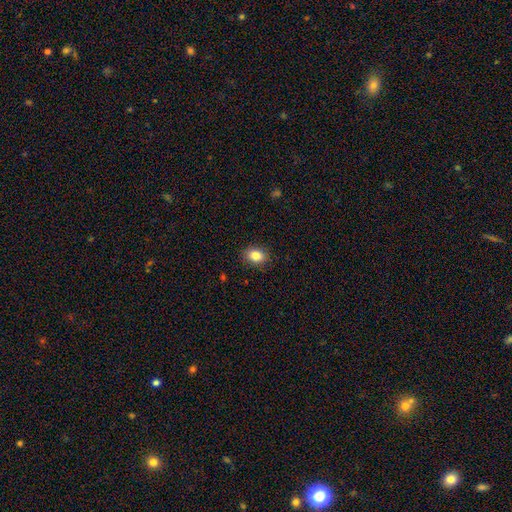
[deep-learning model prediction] smooth-or-featured: smooth: 85% | star or artifact: 9% | featured or disk: 6%
  how-rounded: in between: 63% | round: 36% | cigar-shaped: 1%
  merging: none: 88% | minor disturbance: 9% | major disturbance: 2% | merger: 1%